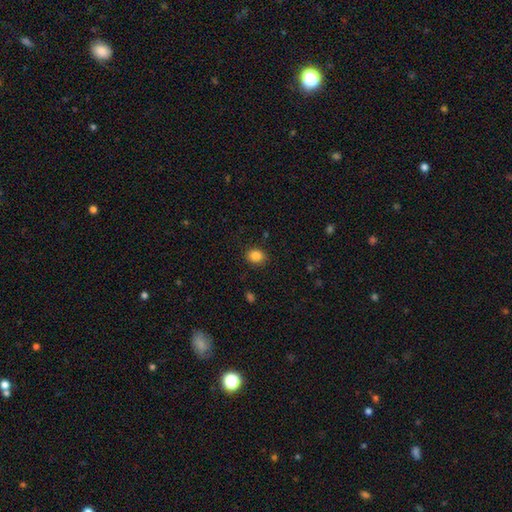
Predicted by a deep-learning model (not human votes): A smooth galaxy with no disk features (86%) that is round (52%). Merging: none (87%).